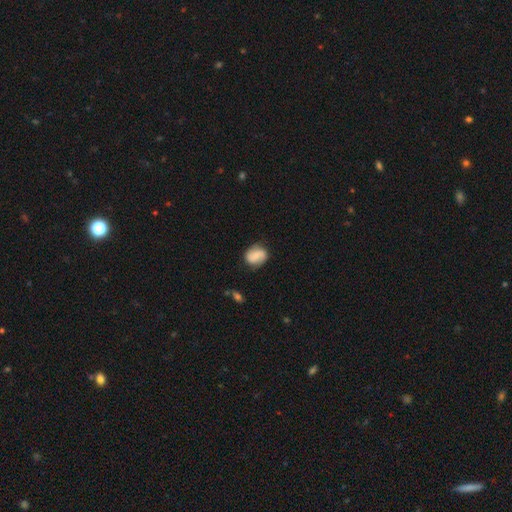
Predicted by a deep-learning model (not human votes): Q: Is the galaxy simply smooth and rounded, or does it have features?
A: featured or disk — 48%.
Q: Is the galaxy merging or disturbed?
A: none — 77%.